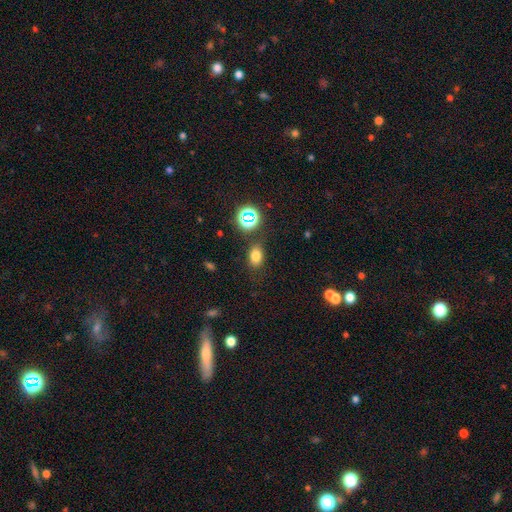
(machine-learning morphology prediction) Smooth or featured: smooth — 73% (star or artifact — 18%)
How rounded: in between — 75% (round — 23%)
Merging: none — 80% (minor disturbance — 12%)